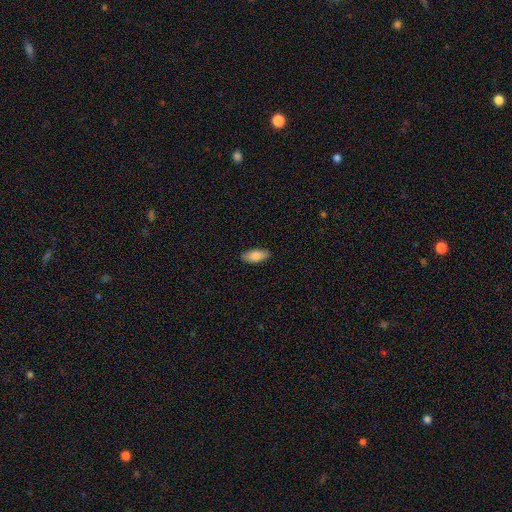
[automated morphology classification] smooth-or-featured: smooth: 83% | featured or disk: 11% | star or artifact: 6%
  how-rounded: in between: 86% | cigar-shaped: 12% | round: 2%
  merging: none: 87% | minor disturbance: 10% | major disturbance: 2% | merger: 1%